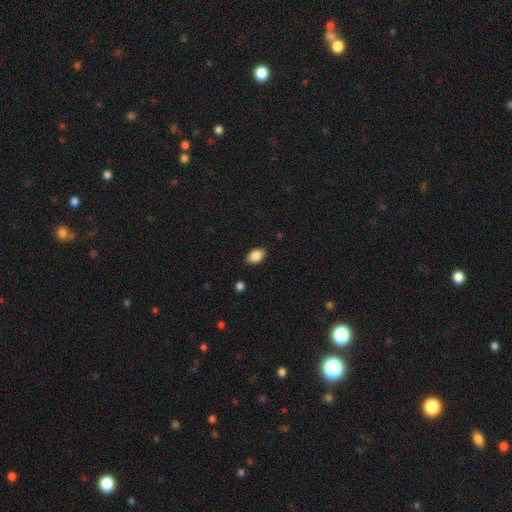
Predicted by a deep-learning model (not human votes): smooth-or-featured: smooth: 85% | star or artifact: 8% | featured or disk: 7%
  how-rounded: in between: 89% | round: 10% | cigar-shaped: 1%
  merging: none: 86% | minor disturbance: 11% | major disturbance: 2% | merger: 1%